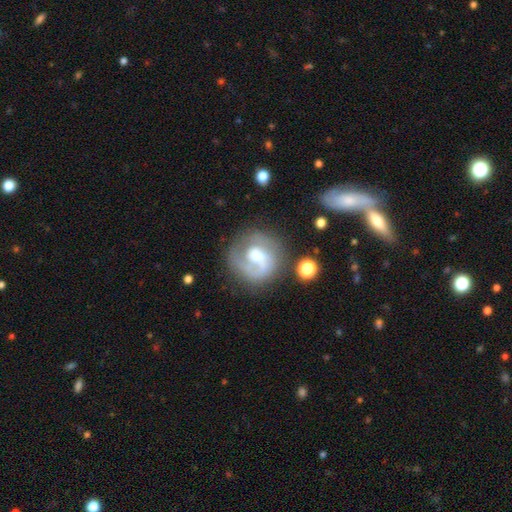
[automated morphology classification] A featured or disk galaxy (67%) with a weak bar (45%), 1 (54%) tight (40%) spiral arms (79%) and a moderate central bulge (63%). Merging: none (62%).